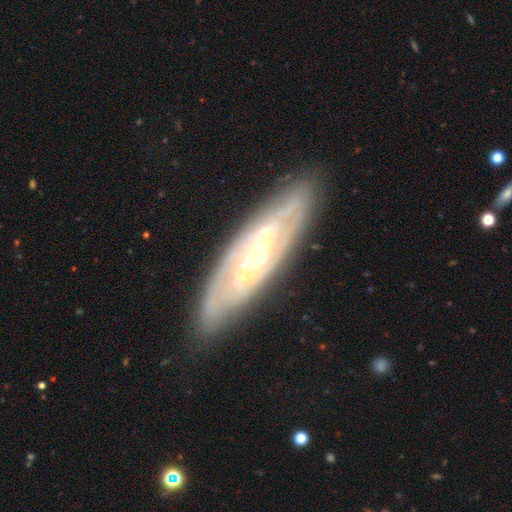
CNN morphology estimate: A featured or disk galaxy (83%) with a weak bar (41%), 2 (46%) tight (62%) spiral arms (87%) and a moderate central bulge (53%). Merging: none (84%).